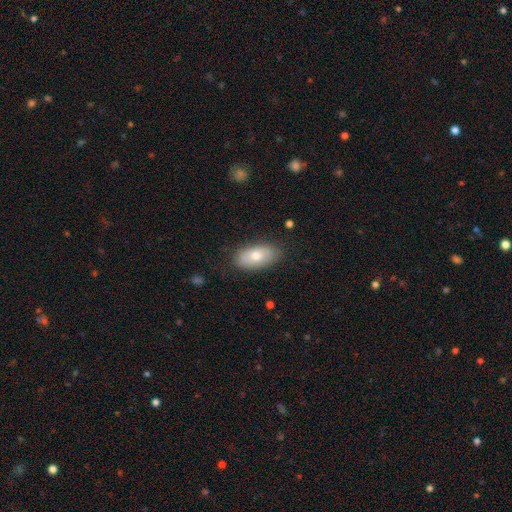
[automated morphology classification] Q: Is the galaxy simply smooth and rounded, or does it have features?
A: smooth — 70%.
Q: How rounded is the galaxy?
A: in between — 92%.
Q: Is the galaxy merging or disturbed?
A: none — 82%.